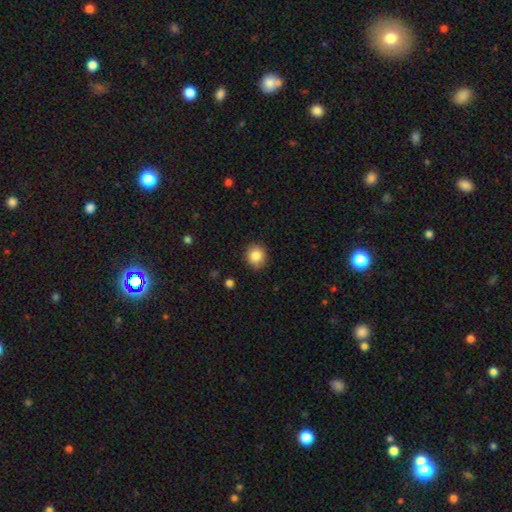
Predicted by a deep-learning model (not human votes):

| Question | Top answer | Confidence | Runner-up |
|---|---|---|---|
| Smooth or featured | smooth | 86% | star or artifact (9%) |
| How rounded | round | 80% | in between (19%) |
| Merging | none | 87% | minor disturbance (10%) |